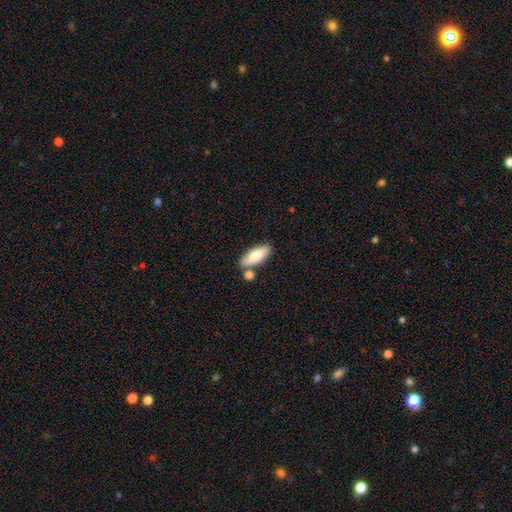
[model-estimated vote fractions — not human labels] This is likely a smooth galaxy (75%). How rounded: likely in between (74%). Merging: likely none (69%).